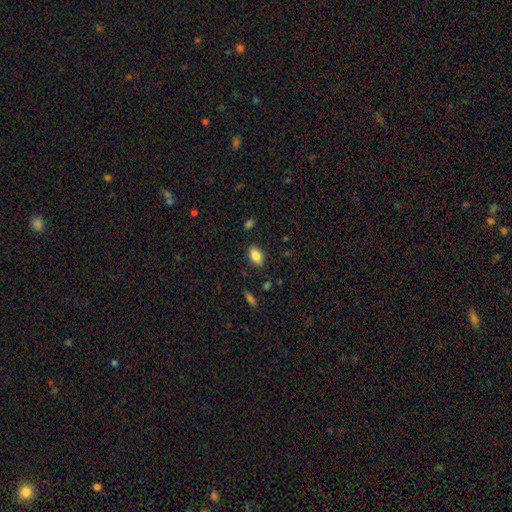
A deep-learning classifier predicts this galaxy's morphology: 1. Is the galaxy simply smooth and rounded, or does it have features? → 82% smooth, 9% featured or disk, 8% star or artifact.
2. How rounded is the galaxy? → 90% in between, 7% round, 3% cigar-shaped.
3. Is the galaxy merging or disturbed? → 85% none, 11% minor disturbance, 3% major disturbance, 2% merger.